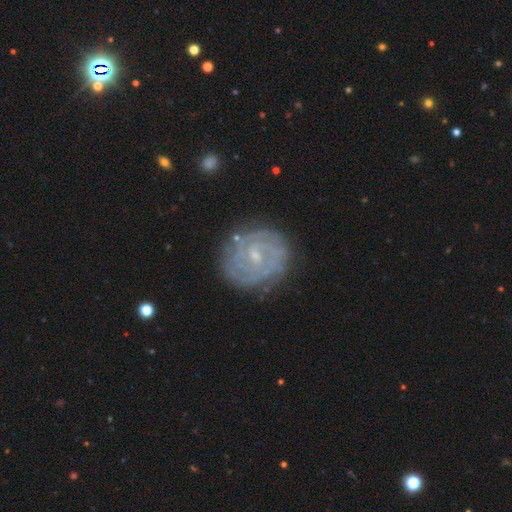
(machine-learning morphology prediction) The model was most divided on "bar": no: 46%, weak: 44%, strong: 11%. Remaining: edge-on disk — no (98%); spiral arms — yes (95%); smooth or featured — featured or disk (84%); merging — none (81%); spiral winding — tight (78%); bulge size — small (69%); spiral arm count — 2 (38%).